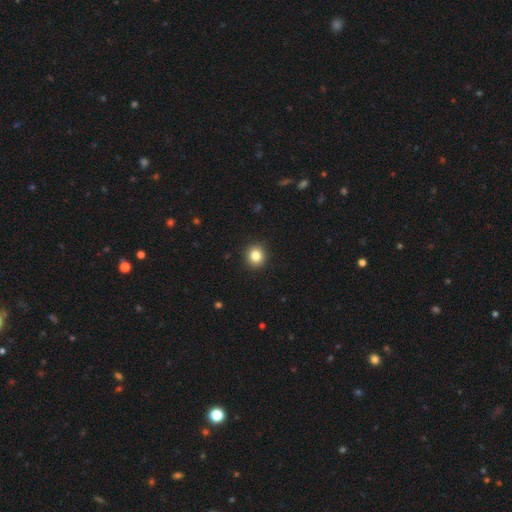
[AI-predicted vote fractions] This is clearly a smooth galaxy (84%). How rounded: clearly round (84%). Merging: clearly none (92%).